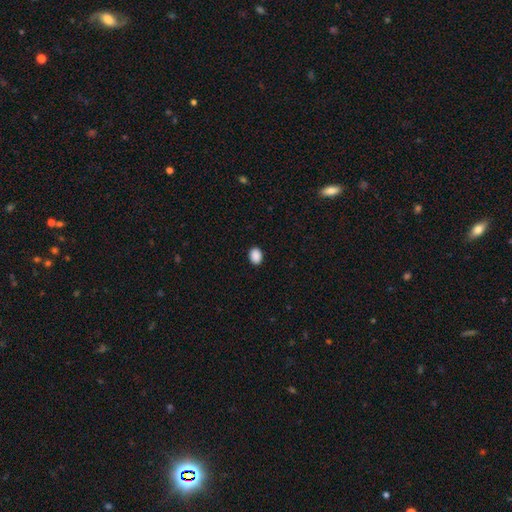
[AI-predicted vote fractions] smooth-or-featured: smooth: 90% | star or artifact: 8% | featured or disk: 2%
  how-rounded: in between: 70% | round: 29% | cigar-shaped: 1%
  merging: none: 90% | minor disturbance: 7% | major disturbance: 2% | merger: 1%